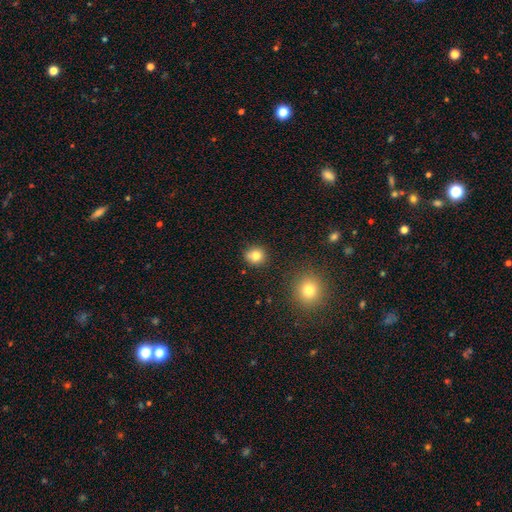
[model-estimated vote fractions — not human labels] smooth_or_featured: smooth (p=0.81) [alt: star or artifact p=0.12]
how_rounded: round (p=0.86) [alt: in between p=0.13]
merging: none (p=0.84) [alt: minor disturbance p=0.10]